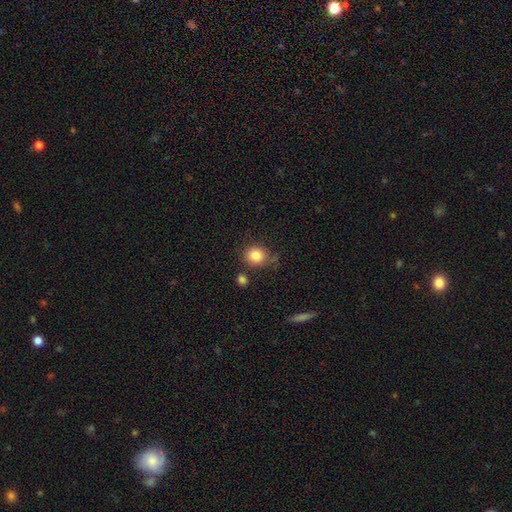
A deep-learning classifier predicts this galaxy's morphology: type=smooth (83%); roundness=round (83%); merging=none (74%).